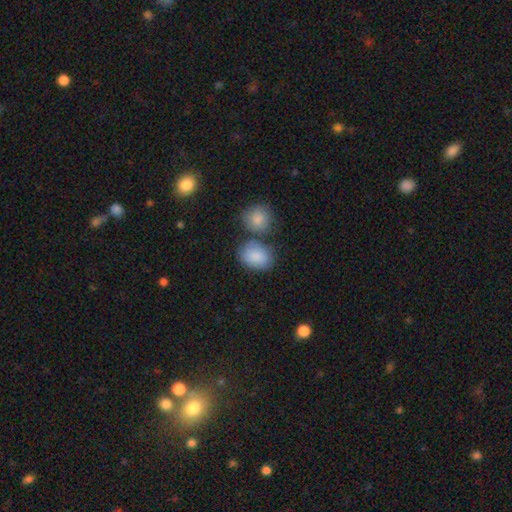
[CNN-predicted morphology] A smooth galaxy with no disk features (87%) that is in between round and cigar-shaped (70%). Merging: none (58%).